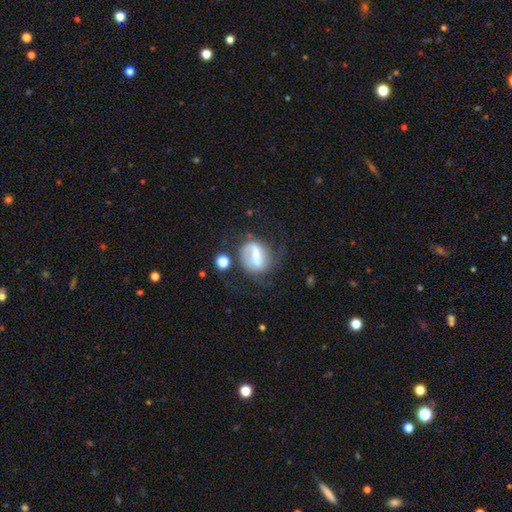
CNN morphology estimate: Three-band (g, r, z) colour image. It shows a featured or disk galaxy (58%) with a strong bar (42%), spiral arms (72%) and a small central bulge (31%). Merging: none (44%).